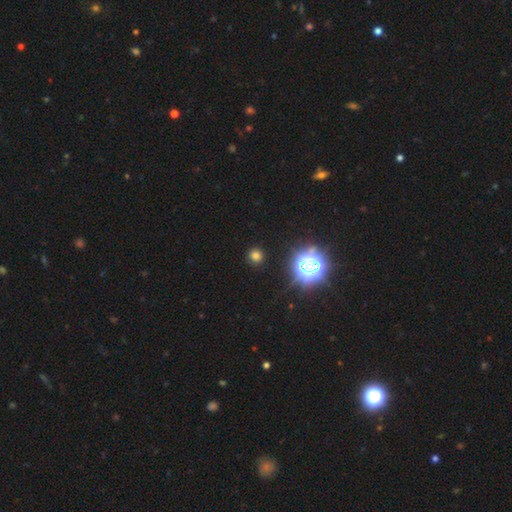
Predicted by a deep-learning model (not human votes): Q: Smooth or featured?
A: smooth (69%); runner-up: star or artifact (25%)
Q: How rounded?
A: round (91%); runner-up: in between (7%)
Q: Merging?
A: none (89%); runner-up: minor disturbance (6%)